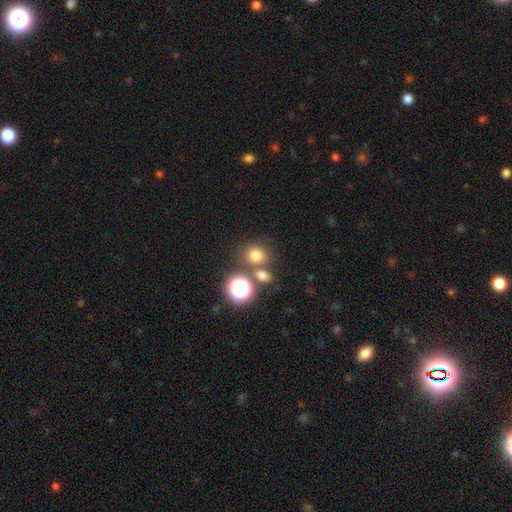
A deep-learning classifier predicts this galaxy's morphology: This is likely a smooth galaxy (73%). How rounded: likely round (76%). Merging: likely none (68%).